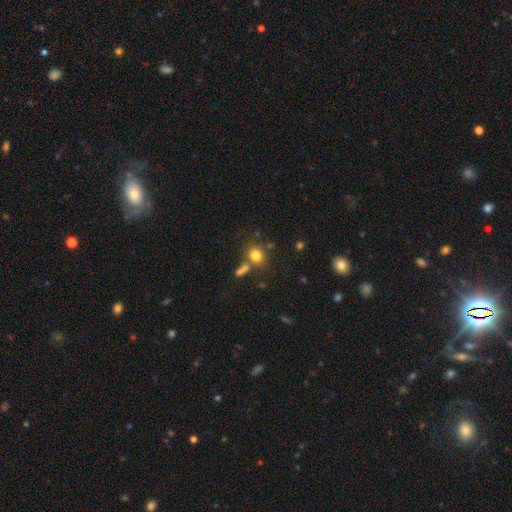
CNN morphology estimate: This is likely a smooth galaxy (79%). How rounded: likely round (73%). Merging: likely none (66%).